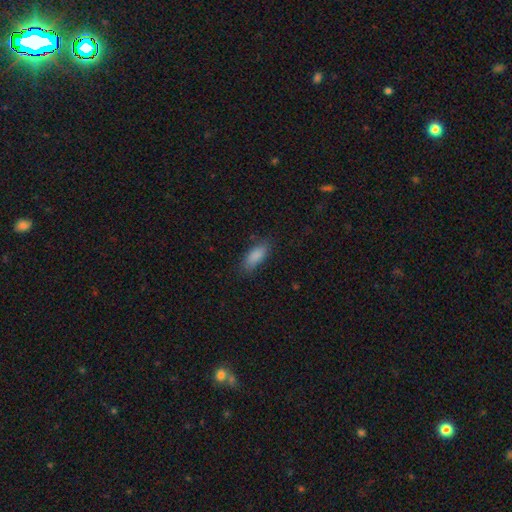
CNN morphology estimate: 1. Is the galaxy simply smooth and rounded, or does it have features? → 87% smooth, 7% star or artifact, 5% featured or disk.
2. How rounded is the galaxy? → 79% in between, 18% cigar-shaped, 2% round.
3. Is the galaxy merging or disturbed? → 79% none, 16% minor disturbance, 4% major disturbance, 1% merger.